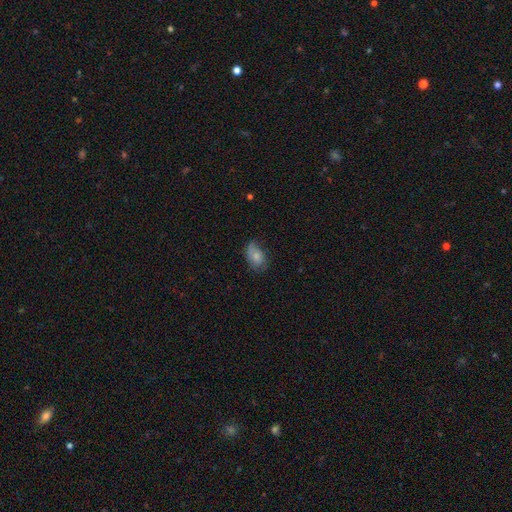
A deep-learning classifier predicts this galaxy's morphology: smooth-or-featured: smooth: 69% | featured or disk: 23% | star or artifact: 8%
  how-rounded: in between: 88% | round: 11% | cigar-shaped: 2%
  merging: none: 57% | minor disturbance: 31% | major disturbance: 10% | merger: 1%